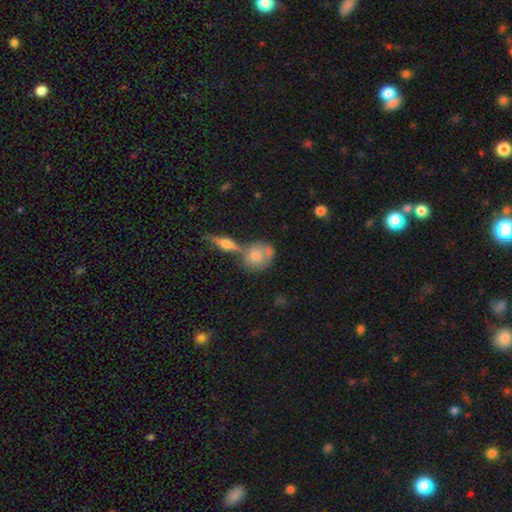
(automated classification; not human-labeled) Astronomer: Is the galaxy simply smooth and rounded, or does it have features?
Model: smooth — 63%.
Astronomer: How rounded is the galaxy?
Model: round — 68%.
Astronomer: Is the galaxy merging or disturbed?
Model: none — 48% (runner-up: merger, 32%).